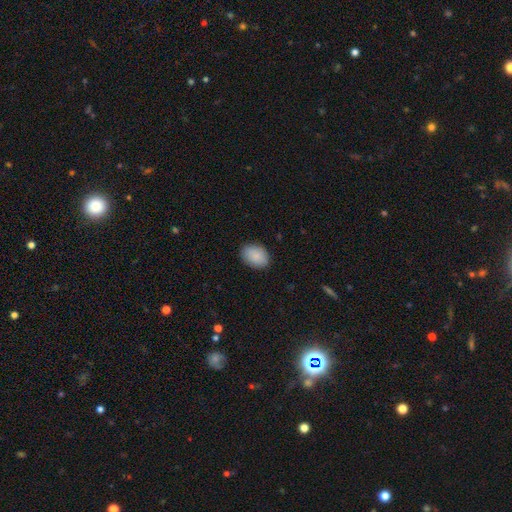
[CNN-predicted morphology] A smooth galaxy with no disk features (89%) that is in between round and cigar-shaped (79%).

Vote fractions:
- Smooth or featured? smooth: 89% / star or artifact: 7% / featured or disk: 5%
- How rounded? in between: 79% / round: 20% / cigar-shaped: 1%
- Merging? none: 87% / minor disturbance: 10% / major disturbance: 2% / merger: 1%